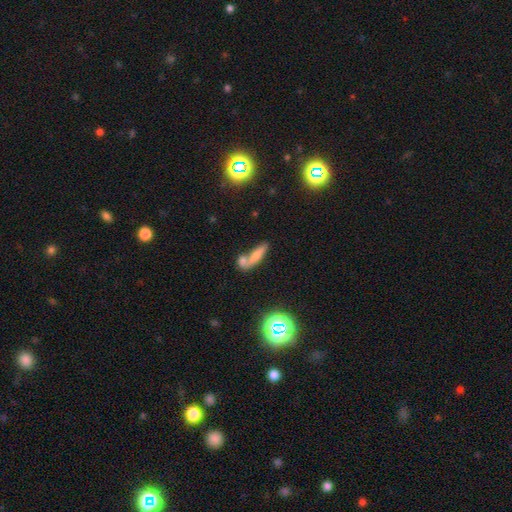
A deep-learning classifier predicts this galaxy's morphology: This appears to be a smooth galaxy with no disk features (66%) that is cigar-shaped (57%). Merging: merger (51%).